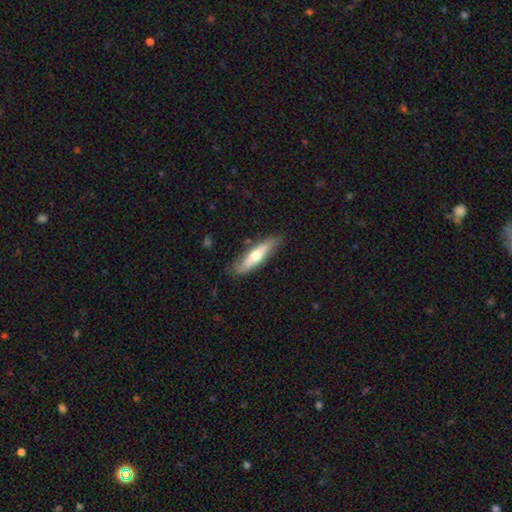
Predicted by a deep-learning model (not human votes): smooth-or-featured: smooth: 53% | featured or disk: 42% | star or artifact: 5%
  how-rounded: cigar-shaped: 67% | in between: 31% | round: 2%
  merging: none: 80% | minor disturbance: 15% | major disturbance: 3% | merger: 2%